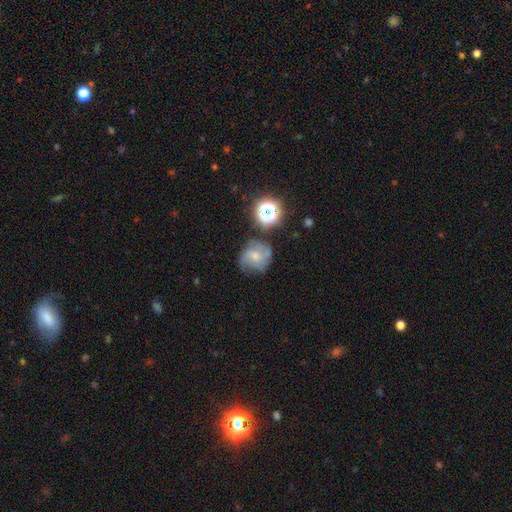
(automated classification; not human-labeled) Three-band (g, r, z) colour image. It shows a featured or disk galaxy (52%) with no bar (71%), spiral arms (82%) and a small central bulge (45%). Merging: none (62%).